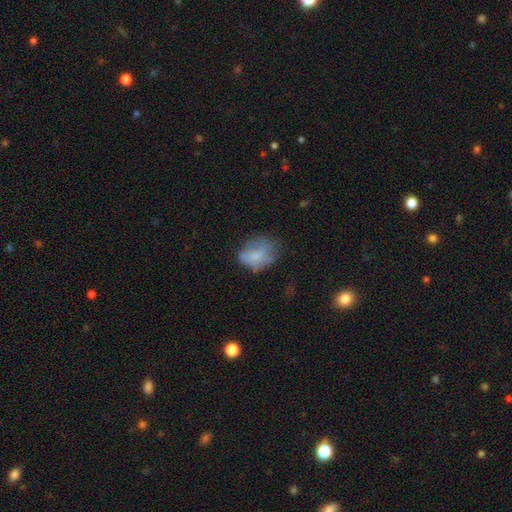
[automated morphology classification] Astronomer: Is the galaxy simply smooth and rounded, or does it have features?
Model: smooth — 63%.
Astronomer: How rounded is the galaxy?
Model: in between — 63%.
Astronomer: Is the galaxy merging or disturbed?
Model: none — 46% (runner-up: minor disturbance, 30%).